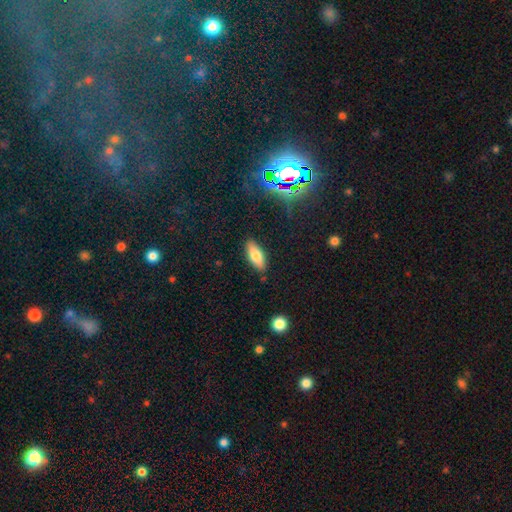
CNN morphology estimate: Overall: smooth (74%). How rounded: in between (74%). Merging: none (85%).